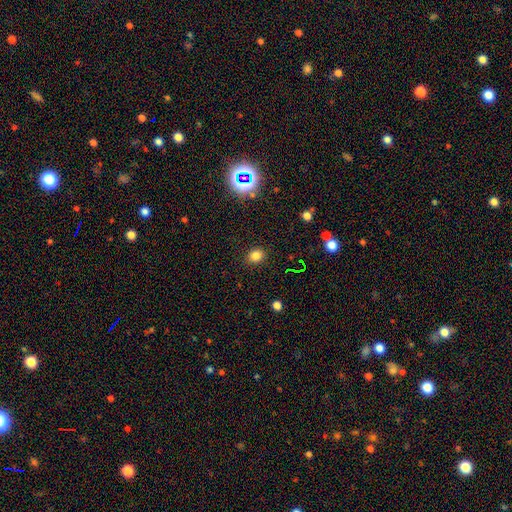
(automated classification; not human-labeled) Morphology: type=smooth (80%); roundness=round (60%); merging=none (88%).